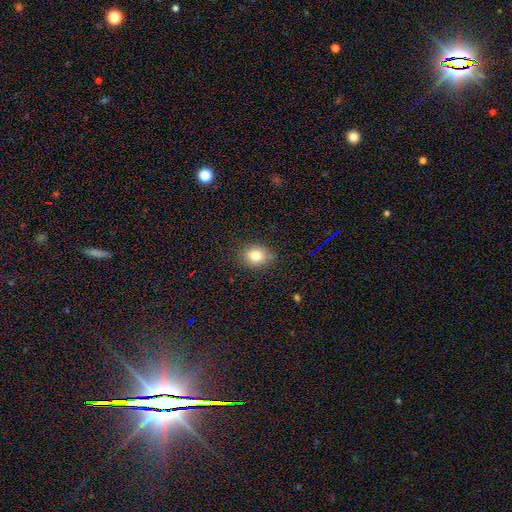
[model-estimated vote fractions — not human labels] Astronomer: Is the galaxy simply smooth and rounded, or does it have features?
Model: smooth — 80%.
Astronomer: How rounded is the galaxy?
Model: round — 51% (runner-up: in between, 48%).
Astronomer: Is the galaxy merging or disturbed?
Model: none — 82%.